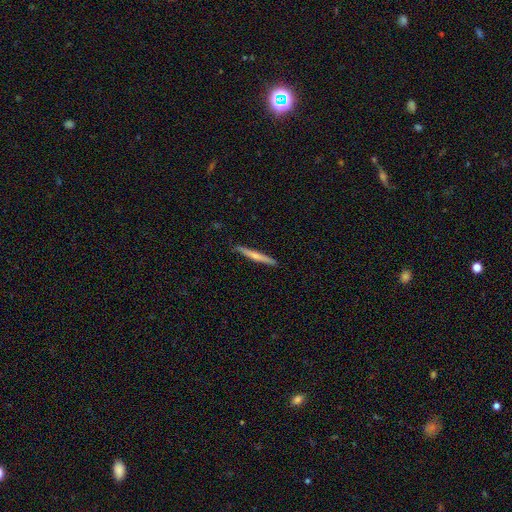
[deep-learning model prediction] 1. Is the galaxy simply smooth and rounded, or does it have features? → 53% smooth, 42% featured or disk, 5% star or artifact.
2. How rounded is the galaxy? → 96% cigar-shaped, 3% in between, 1% round.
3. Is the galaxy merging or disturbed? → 90% none, 7% minor disturbance, 1% major disturbance, 1% merger.